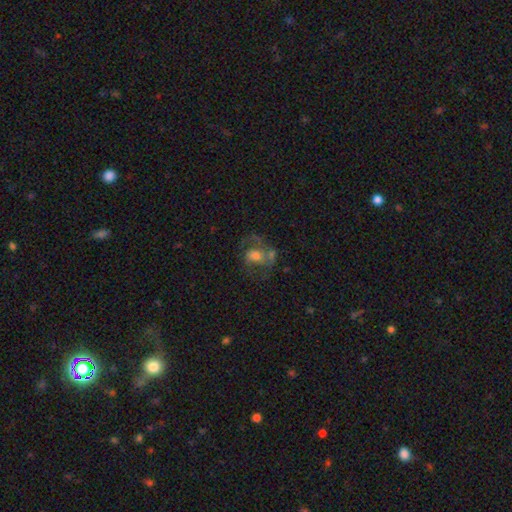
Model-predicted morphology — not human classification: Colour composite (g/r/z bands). It shows a featured or disk galaxy (52%). Merging: none (36%).